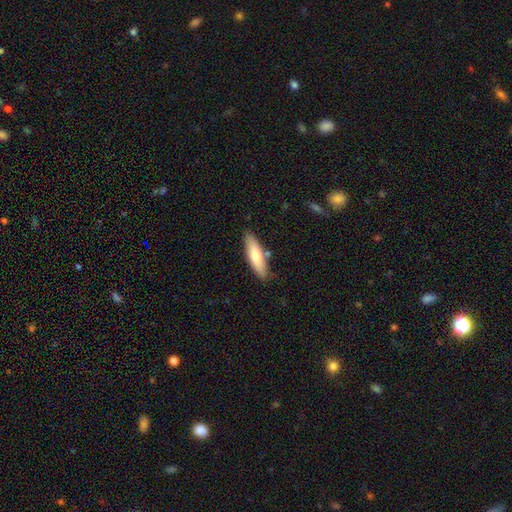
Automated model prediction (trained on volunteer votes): smooth-or-featured: smooth: 75% | featured or disk: 20% | star or artifact: 5%
  how-rounded: cigar-shaped: 66% | in between: 32% | round: 1%
  merging: none: 81% | minor disturbance: 12% | merger: 4% | major disturbance: 2%